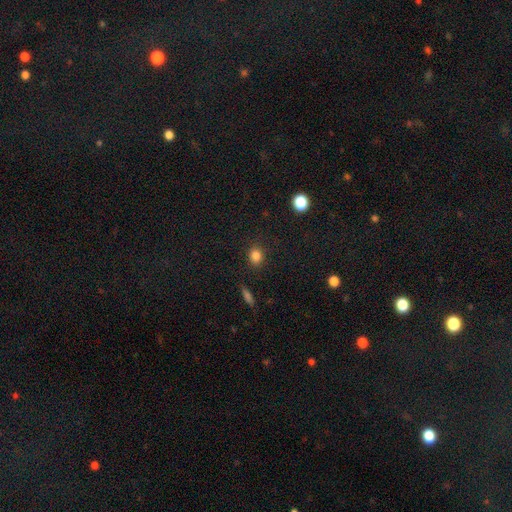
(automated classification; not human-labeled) Overall: smooth (84%). How rounded: round (65%; in between 34%). Merging: none (86%).